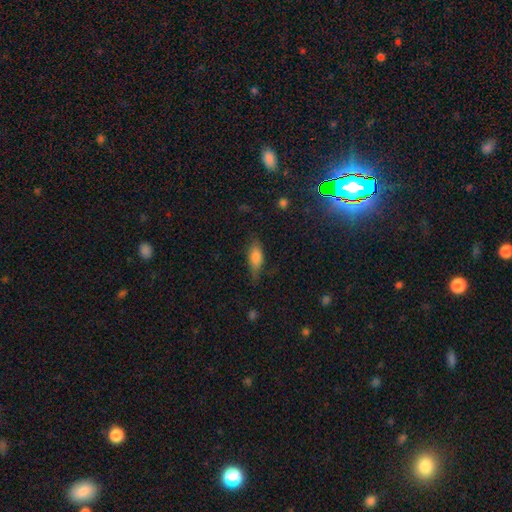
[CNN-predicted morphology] smooth-or-featured: smooth: 77% | featured or disk: 15% | star or artifact: 8%
  how-rounded: in between: 75% | cigar-shaped: 22% | round: 3%
  merging: none: 63% | minor disturbance: 27% | major disturbance: 8% | merger: 2%